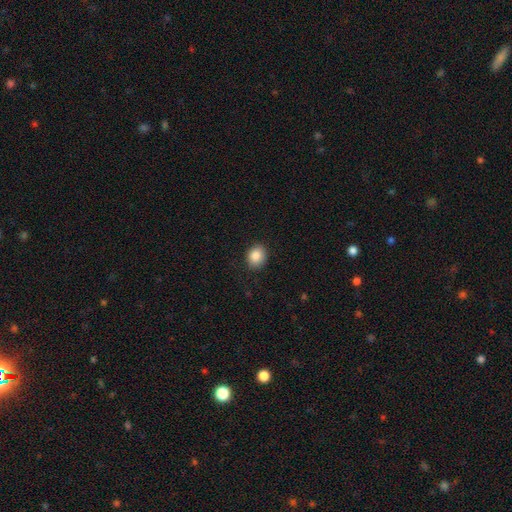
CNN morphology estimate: Smooth or featured?
  - smooth: 87% *
  - star or artifact: 9%
  - featured or disk: 5%
How rounded?
  - round: 60% *
  - in between: 40%
  - cigar-shaped: 1%
Merging?
  - none: 87% *
  - minor disturbance: 10%
  - major disturbance: 2%
  - merger: 1%